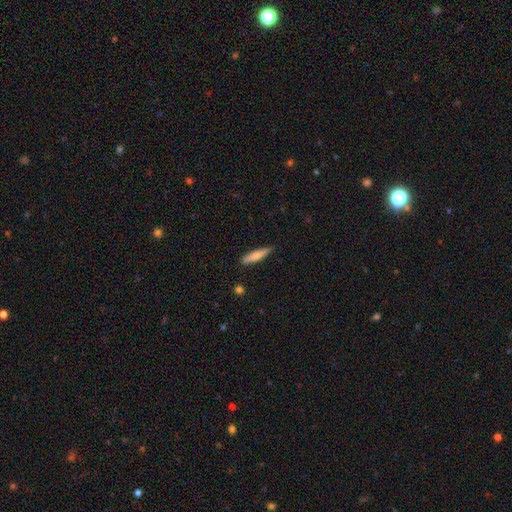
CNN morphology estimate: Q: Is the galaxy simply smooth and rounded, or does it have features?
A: smooth — 76%.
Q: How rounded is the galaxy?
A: cigar-shaped — 85%.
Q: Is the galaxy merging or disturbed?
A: none — 86%.